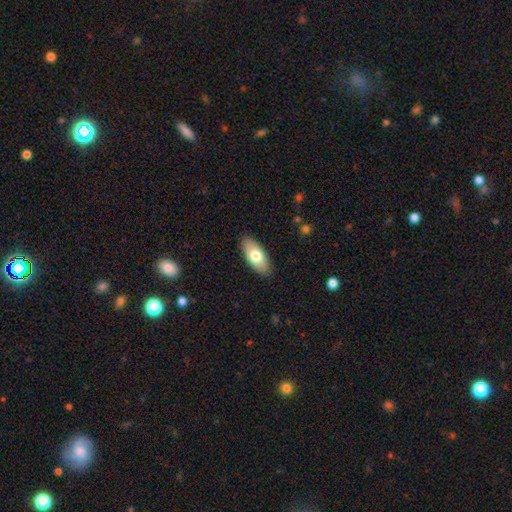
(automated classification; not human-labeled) smooth 72%, featured or disk 22%, star or artifact 6%. Down the decision tree: how rounded — in between (89%); merging — none (88%).